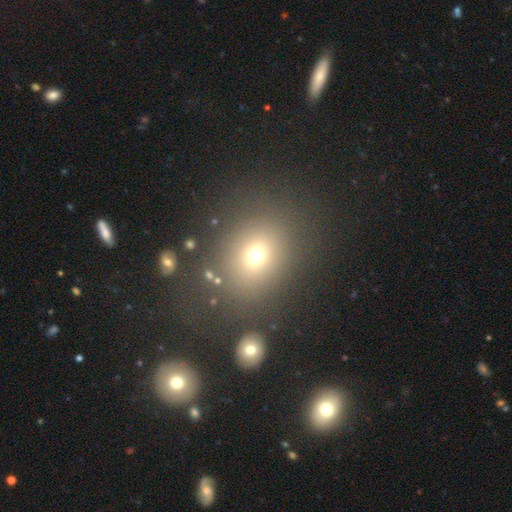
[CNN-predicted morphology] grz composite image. It shows a smooth galaxy with no disk features (70%) that is round (60%). Merging: none (79%).